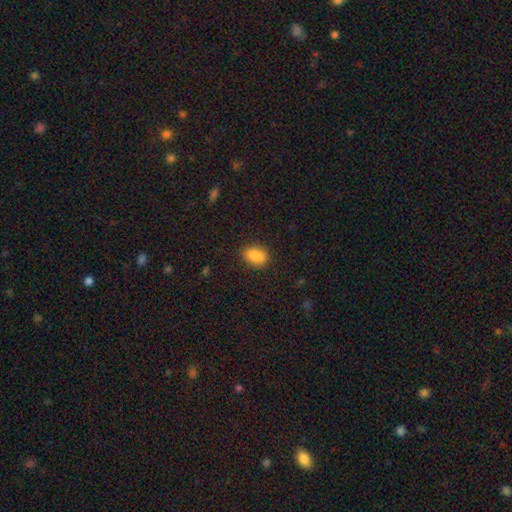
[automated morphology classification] Overall: smooth (85%). How rounded: in between (83%). Merging: none (72%).